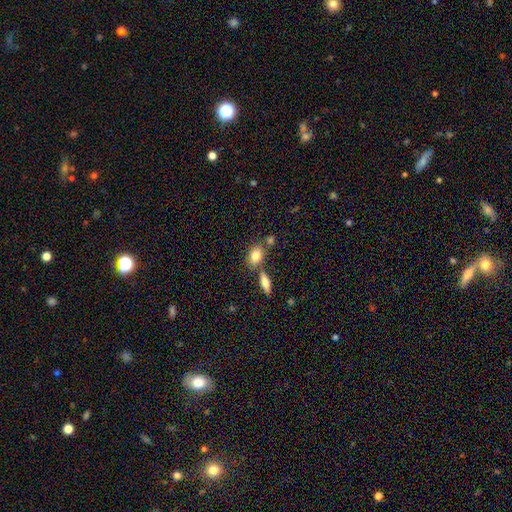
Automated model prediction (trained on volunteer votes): Overall: smooth (81%). How rounded: in between (76%). Merging: none (60%; merger 24%).